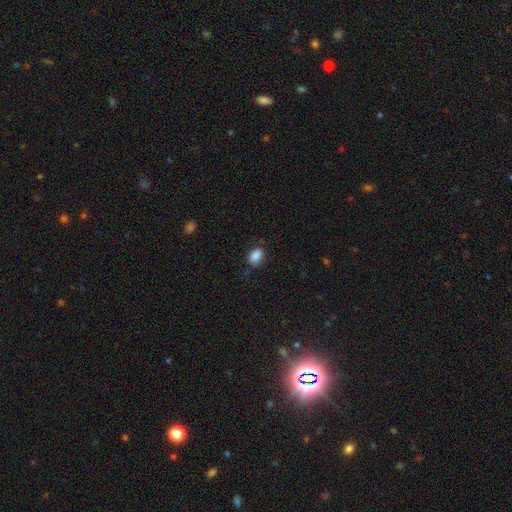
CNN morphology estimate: Smooth or featured: smooth — 87% (star or artifact — 9%)
How rounded: in between — 80% (round — 18%)
Merging: none — 80% (minor disturbance — 15%)